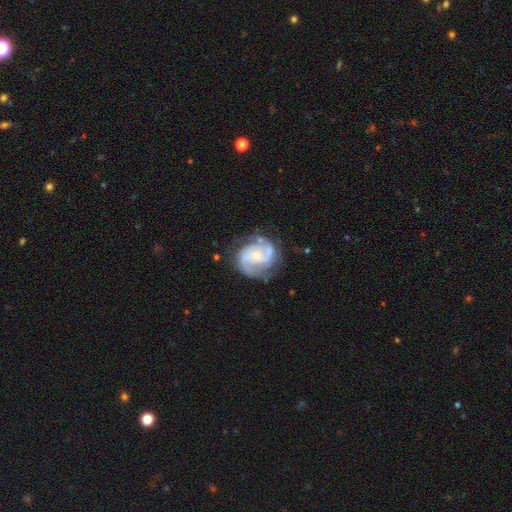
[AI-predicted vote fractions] This is clearly a featured or disk galaxy (86%). It is clearly not viewed edge-on (98%). Bar: possibly no (52%). Spiral arm pattern: clearly yes (95%). Spiral arm count: likely 2 (72%). Spiral winding: possibly medium (48%). Central bulge: likely small (64%). Merging: likely none (65%).